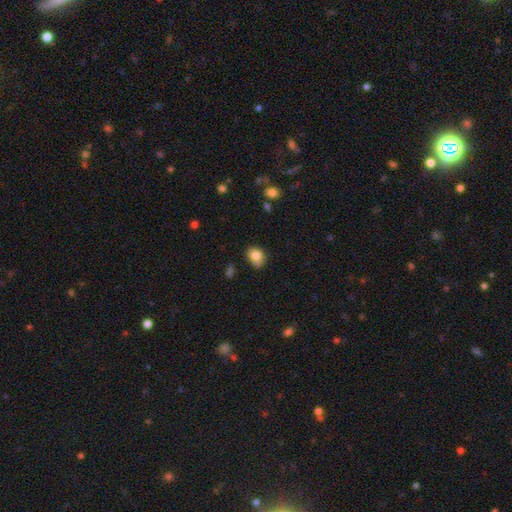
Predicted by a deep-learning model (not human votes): Overall: smooth (82%). How rounded: in between (53%; round 47%). Merging: none (66%).